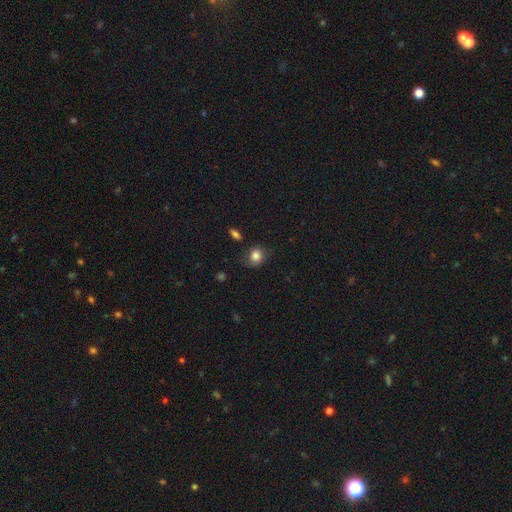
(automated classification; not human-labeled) Q: Smooth or featured?
A: smooth (81%); runner-up: featured or disk (10%)
Q: How rounded?
A: round (66%); runner-up: in between (33%)
Q: Merging?
A: none (67%); runner-up: minor disturbance (23%)